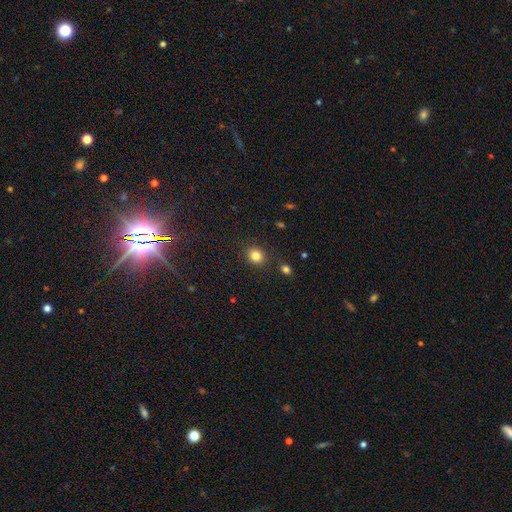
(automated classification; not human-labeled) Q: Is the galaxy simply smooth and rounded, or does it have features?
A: smooth — 83%.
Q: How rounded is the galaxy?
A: round — 75%.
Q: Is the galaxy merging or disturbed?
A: none — 86%.